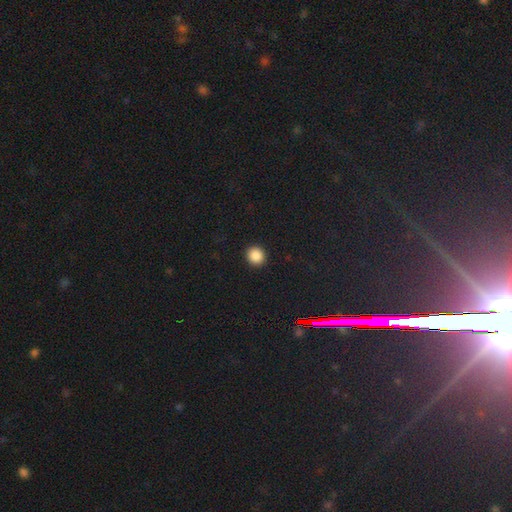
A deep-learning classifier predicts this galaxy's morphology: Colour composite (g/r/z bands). It shows a smooth galaxy with no disk features (88%) that is round (88%). Merging: none (92%).